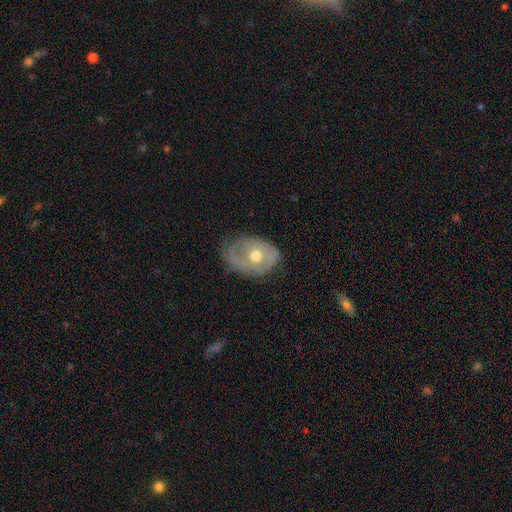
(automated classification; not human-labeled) Smooth or featured? featured or disk (51%)
Edge-on disk? no (93%)
Merging? none (45%)